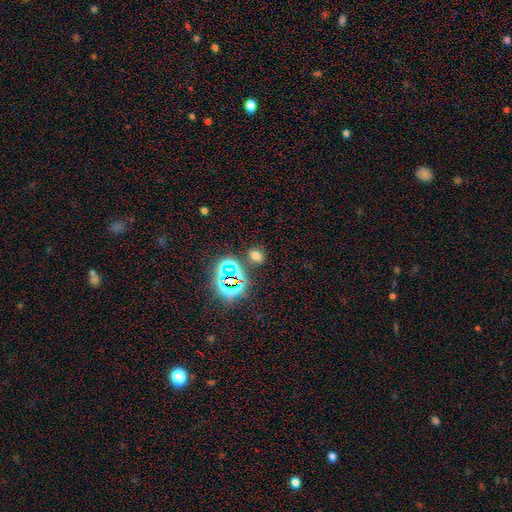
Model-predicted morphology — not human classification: smooth 57%, star or artifact 35%, featured or disk 8%. Down the decision tree: how rounded — in between (54%); merging — none (80%).